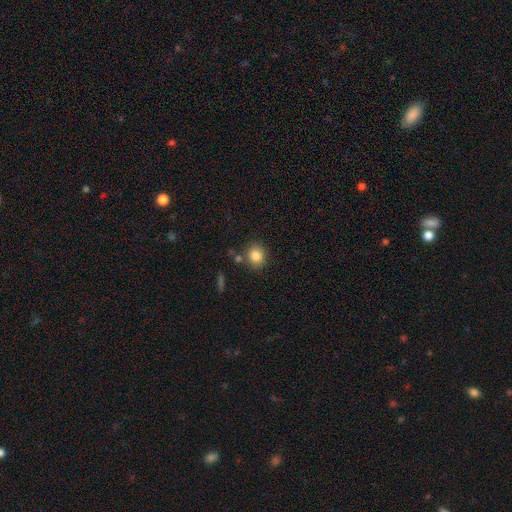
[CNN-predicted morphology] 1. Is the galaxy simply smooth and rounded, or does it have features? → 83% smooth, 10% star or artifact, 7% featured or disk.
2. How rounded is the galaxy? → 78% round, 21% in between, 1% cigar-shaped.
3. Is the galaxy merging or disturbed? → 81% none, 10% minor disturbance, 7% merger, 3% major disturbance.